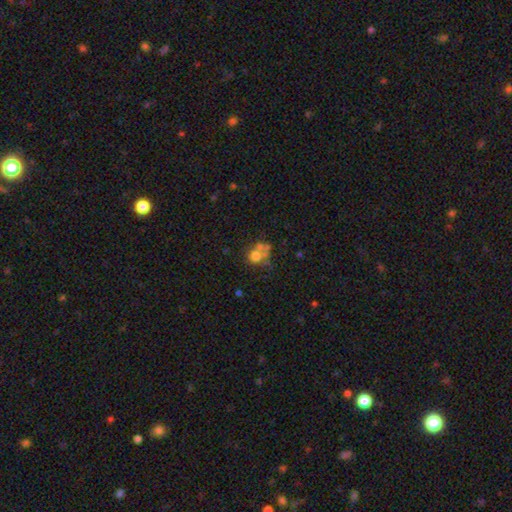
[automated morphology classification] Smooth or featured? smooth (60%)
How rounded? round (77%)
Merging? none (40%)